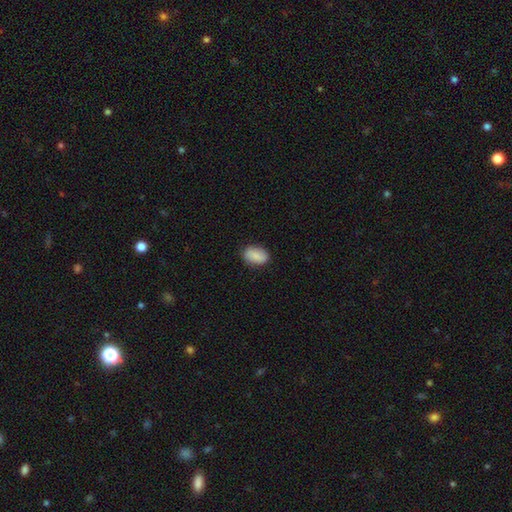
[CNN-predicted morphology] This is clearly a smooth galaxy (86%). How rounded: clearly in between (86%). Merging: clearly none (83%).